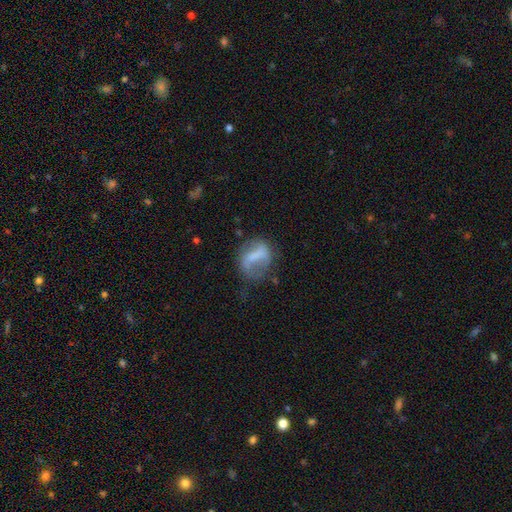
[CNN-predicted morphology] Smooth or featured?
  - featured or disk: 47% *
  - smooth: 43%
  - star or artifact: 9%
Merging?
  - none: 45% *
  - minor disturbance: 26%
  - major disturbance: 25%
  - merger: 4%